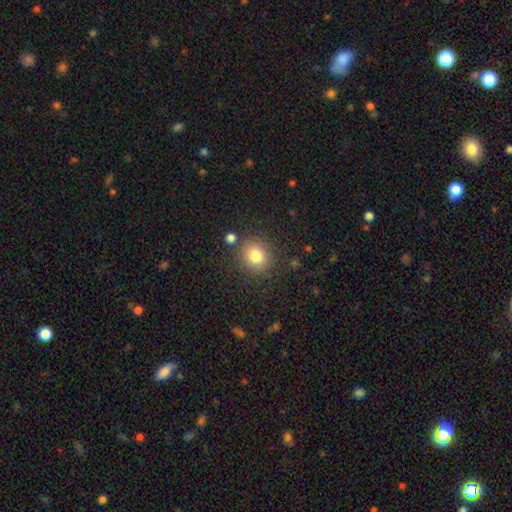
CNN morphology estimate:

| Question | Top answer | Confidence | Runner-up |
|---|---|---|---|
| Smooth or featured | smooth | 81% | star or artifact (11%) |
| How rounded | round | 82% | in between (17%) |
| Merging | none | 83% | minor disturbance (9%) |